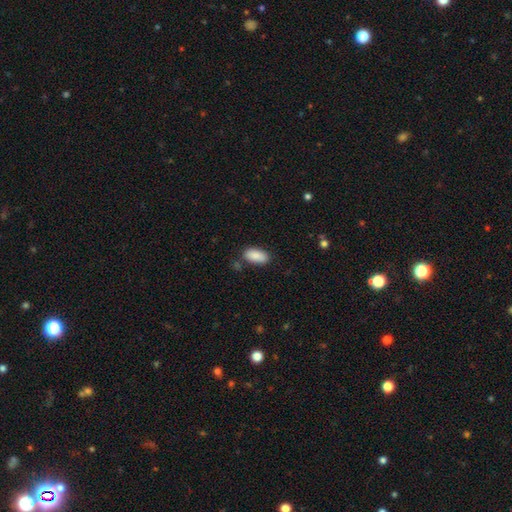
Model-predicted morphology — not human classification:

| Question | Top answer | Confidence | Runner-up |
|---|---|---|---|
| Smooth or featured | smooth | 89% | star or artifact (7%) |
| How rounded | in between | 92% | cigar-shaped (6%) |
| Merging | none | 80% | minor disturbance (13%) |